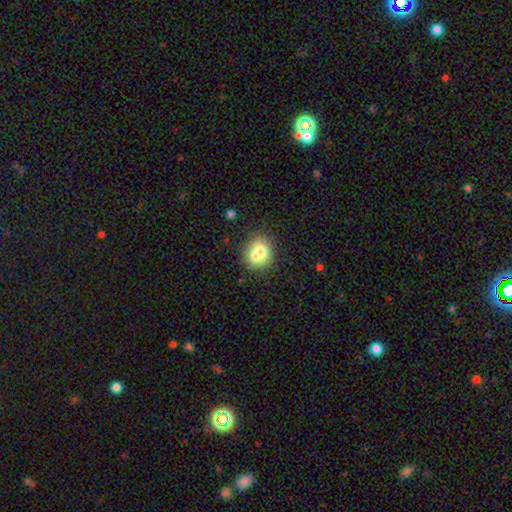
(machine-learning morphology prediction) smooth_or_featured: smooth (p=0.69) [alt: featured or disk p=0.21]
how_rounded: round (p=0.73) [alt: in between p=0.26]
merging: none (p=0.46) [alt: merger p=0.40]